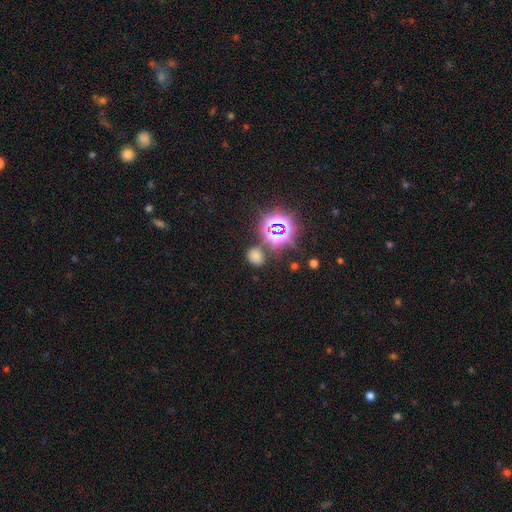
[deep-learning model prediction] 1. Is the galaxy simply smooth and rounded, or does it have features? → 58% smooth, 35% star or artifact, 7% featured or disk.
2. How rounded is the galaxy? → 51% in between, 47% round, 1% cigar-shaped.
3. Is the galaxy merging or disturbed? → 77% none, 12% minor disturbance, 7% merger, 5% major disturbance.